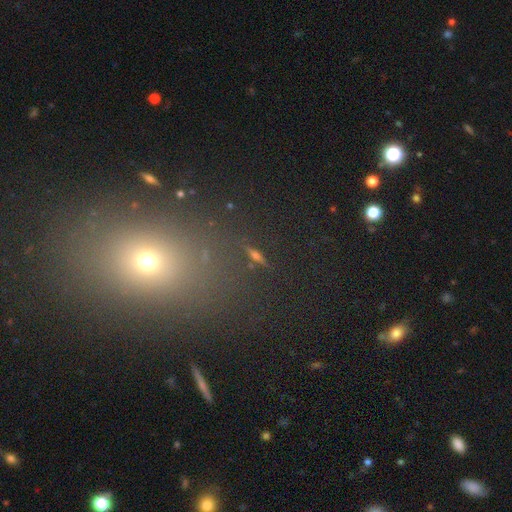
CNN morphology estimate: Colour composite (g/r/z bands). It shows a star or artifact, not a galaxy (45%).